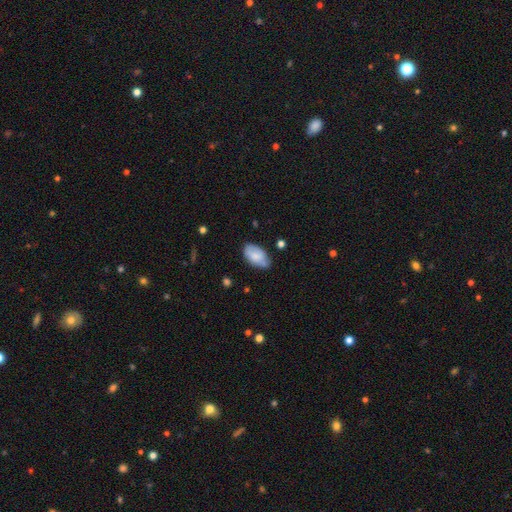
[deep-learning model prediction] A smooth galaxy with no disk features (75%) that is in between round and cigar-shaped (94%). Merging: none (61%).